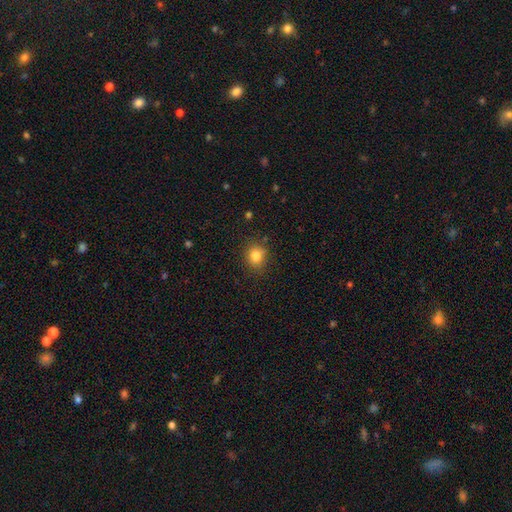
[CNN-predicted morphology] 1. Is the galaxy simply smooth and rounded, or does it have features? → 82% smooth, 12% star or artifact, 6% featured or disk.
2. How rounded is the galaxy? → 68% round, 31% in between, 1% cigar-shaped.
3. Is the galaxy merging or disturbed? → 82% none, 13% minor disturbance, 3% major disturbance, 2% merger.